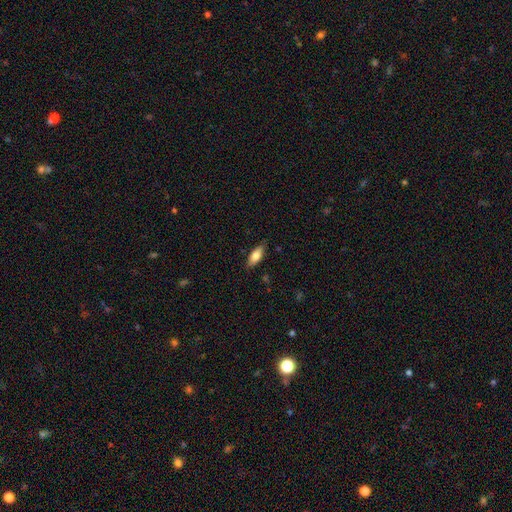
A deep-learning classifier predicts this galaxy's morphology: Q: Smooth or featured?
A: smooth (76%); runner-up: featured or disk (18%)
Q: How rounded?
A: in between (71%); runner-up: cigar-shaped (26%)
Q: Merging?
A: none (83%); runner-up: minor disturbance (13%)